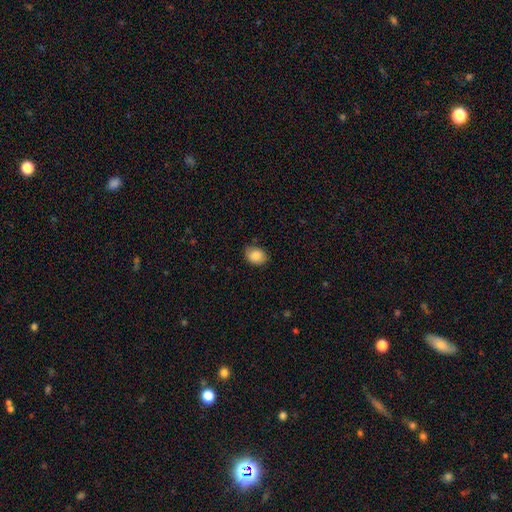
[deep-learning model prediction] Smooth or featured? smooth (86%)
How rounded? in between (57%)
Merging? none (79%)